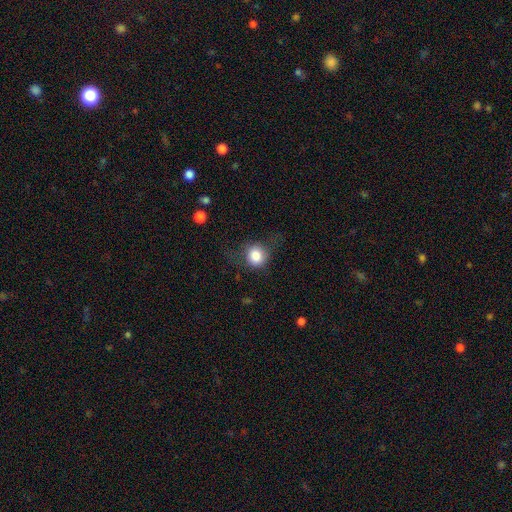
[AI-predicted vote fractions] Smooth or featured?
  - smooth: 81% *
  - star or artifact: 9%
  - featured or disk: 9%
How rounded?
  - round: 81% *
  - in between: 18%
  - cigar-shaped: 1%
Merging?
  - none: 62% *
  - minor disturbance: 23%
  - major disturbance: 13%
  - merger: 2%